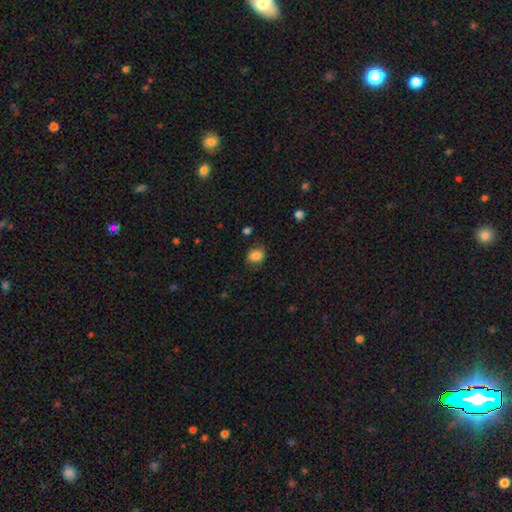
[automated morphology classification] This is clearly a smooth galaxy (82%). How rounded: possibly in between (57%). Merging: likely none (72%).